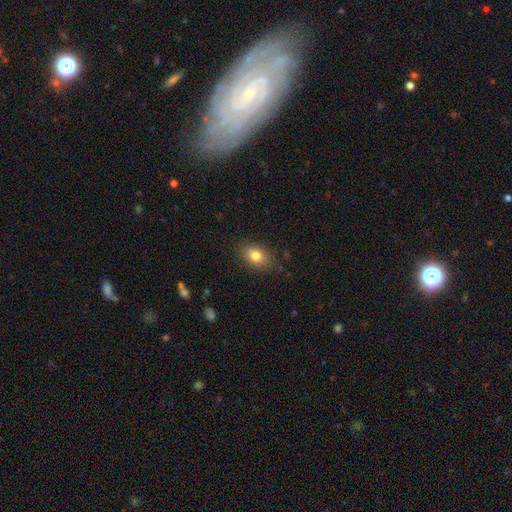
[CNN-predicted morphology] A smooth galaxy with no disk features (80%) that is in between round and cigar-shaped (74%). Merging: none (82%).